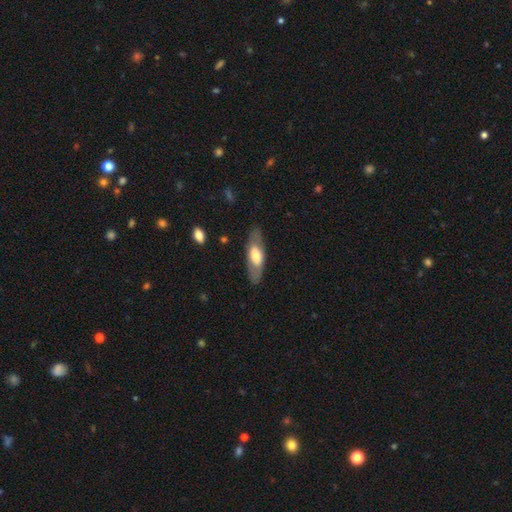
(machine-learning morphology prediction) This is possibly a smooth galaxy (50%). How rounded: likely in between (63%). Merging: clearly none (81%).